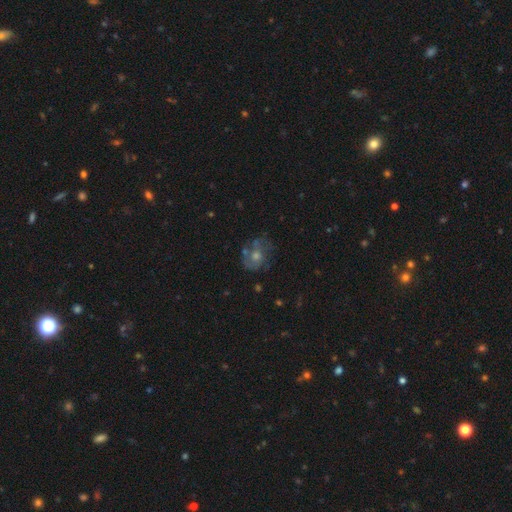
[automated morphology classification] Smooth or featured?
  - featured or disk: 58% *
  - smooth: 25%
  - star or artifact: 17%
Edge-on disk?
  - no: 97% *
  - yes: 3%
Bar?
  - no: 79% *
  - weak: 18%
  - strong: 3%
Spiral arms?
  - yes: 68% *
  - no: 32%
Bulge size?
  - moderate: 62% *
  - small: 26%
  - large: 7%
  - none: 3%
  - dominant: 1%
Merging?
  - none: 63% *
  - minor disturbance: 20%
  - major disturbance: 14%
  - merger: 4%